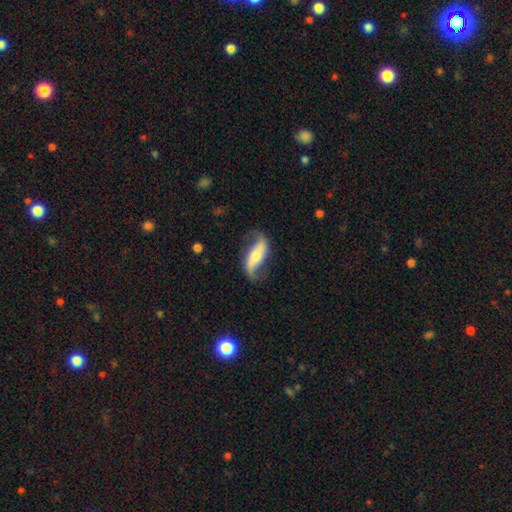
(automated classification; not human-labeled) Smooth or featured? Predicted: featured or disk (p=0.74). Edge-on disk? Predicted: no (p=0.86). Bar? Predicted: strong (p=0.43). Spiral arms? Predicted: yes (p=0.90). Spiral winding? Predicted: loose (p=0.82). Spiral arm count? Predicted: 2 (p=0.91). Bulge size? Predicted: moderate (p=0.46). Merging? Predicted: none (p=0.70).